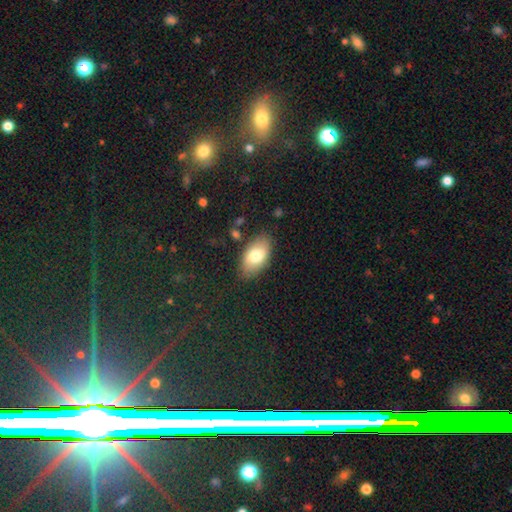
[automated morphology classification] Smooth or featured?
  - smooth: 75% *
  - featured or disk: 18%
  - star or artifact: 7%
How rounded?
  - in between: 93% *
  - round: 4%
  - cigar-shaped: 2%
Merging?
  - none: 82% *
  - minor disturbance: 13%
  - major disturbance: 3%
  - merger: 2%